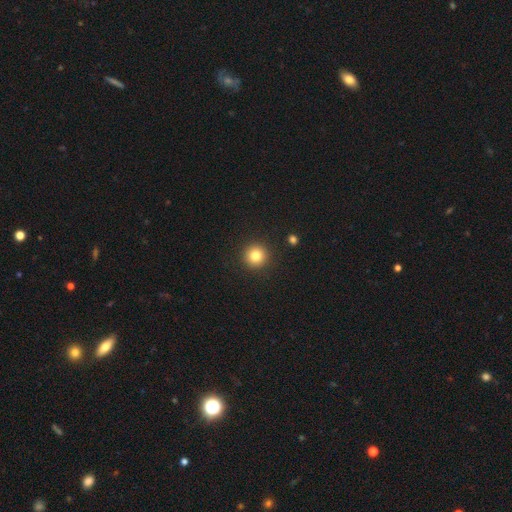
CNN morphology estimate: Smooth or featured? Predicted: smooth (p=0.82). How rounded? Predicted: round (p=0.95). Merging? Predicted: none (p=0.92).